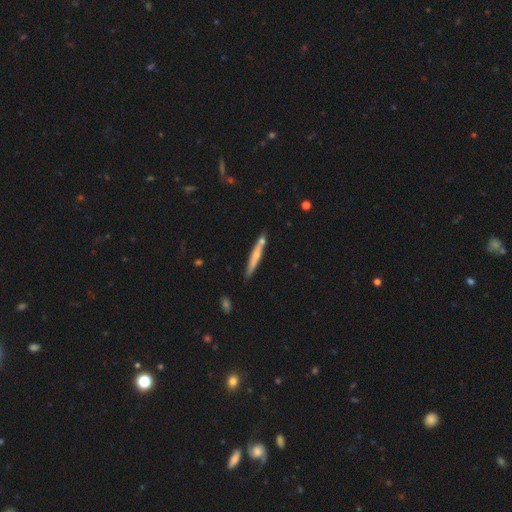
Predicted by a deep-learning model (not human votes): The model was most divided on "smooth or featured": smooth: 51%, featured or disk: 43%, star or artifact: 6%. More confident: how rounded — cigar-shaped (95%); merging — none (75%).